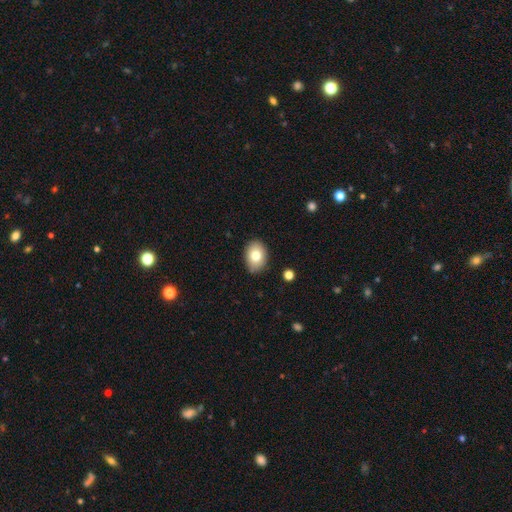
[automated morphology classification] A smooth galaxy with no disk features (79%) that is in between round and cigar-shaped (72%). Merging: none (85%).